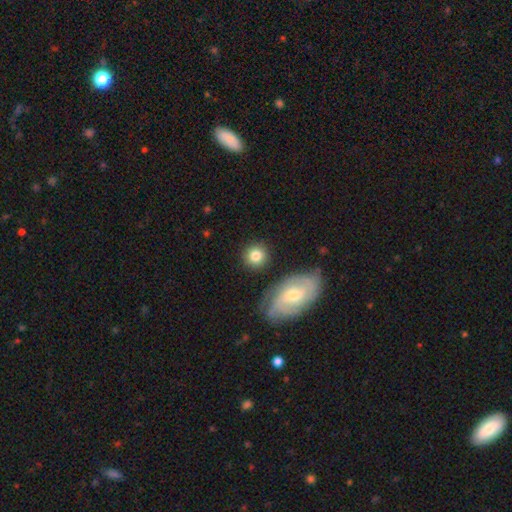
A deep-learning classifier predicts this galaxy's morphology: smooth_or_featured: smooth (p=0.78) [alt: featured or disk p=0.14]
how_rounded: round (p=0.89) [alt: in between p=0.10]
merging: none (p=0.81) [alt: minor disturbance p=0.09]